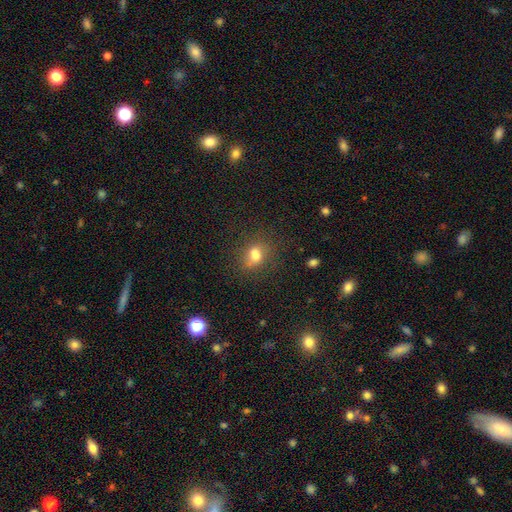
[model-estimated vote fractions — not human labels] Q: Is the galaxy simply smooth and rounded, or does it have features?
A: smooth — 69%.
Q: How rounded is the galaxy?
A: in between — 54%.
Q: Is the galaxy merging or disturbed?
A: none — 51%.